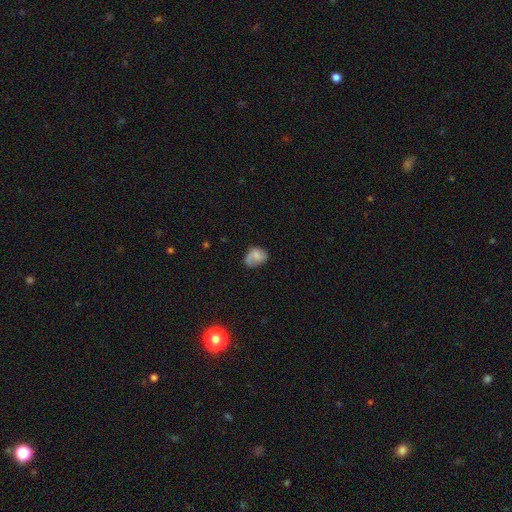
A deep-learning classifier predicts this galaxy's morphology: smooth-or-featured: smooth: 64% | featured or disk: 26% | star or artifact: 9%
  how-rounded: in between: 64% | round: 35% | cigar-shaped: 1%
  merging: none: 48% | minor disturbance: 32% | major disturbance: 17% | merger: 3%